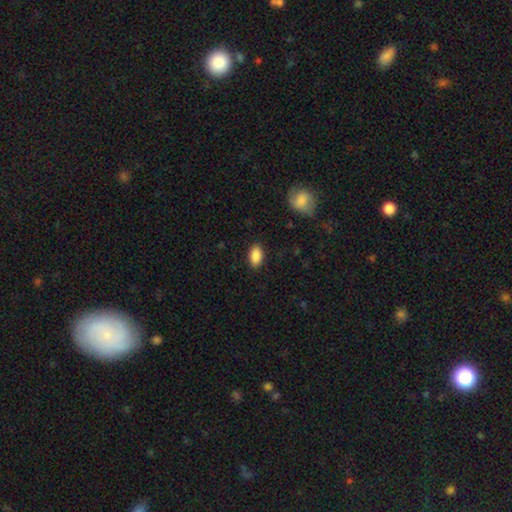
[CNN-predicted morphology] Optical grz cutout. It shows a smooth galaxy with no disk features (89%) that is in between round and cigar-shaped (93%). Merging: none (88%).